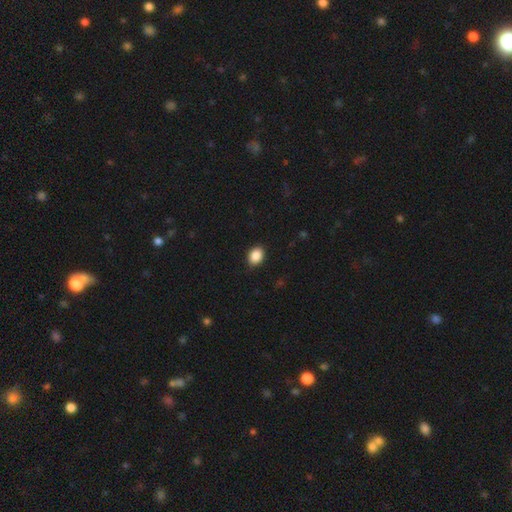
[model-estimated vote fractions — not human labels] The model was most divided on "how rounded": in between: 63%, round: 36%, cigar-shaped: 1%. More confident: merging — none (89%); smooth or featured — smooth (88%).